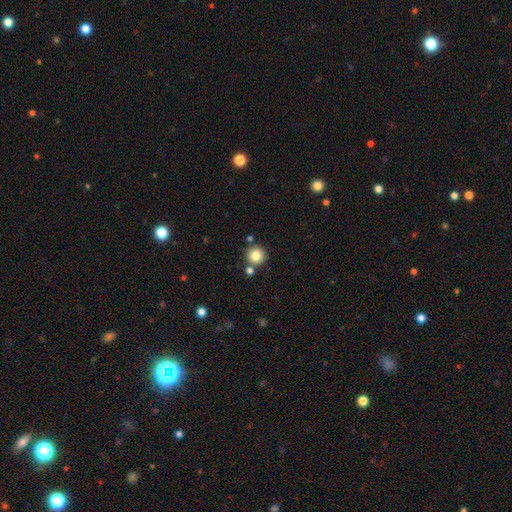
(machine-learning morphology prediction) type=smooth (83%); roundness=round (94%); merging=none (78%).